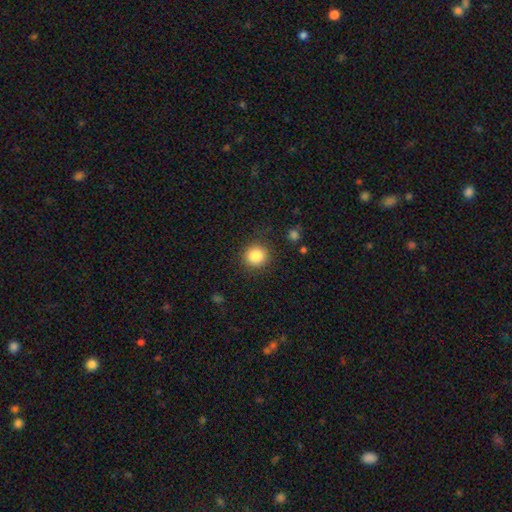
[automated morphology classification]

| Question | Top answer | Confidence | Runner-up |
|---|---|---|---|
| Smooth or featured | smooth | 86% | star or artifact (10%) |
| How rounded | round | 92% | in between (7%) |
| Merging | none | 89% | minor disturbance (7%) |